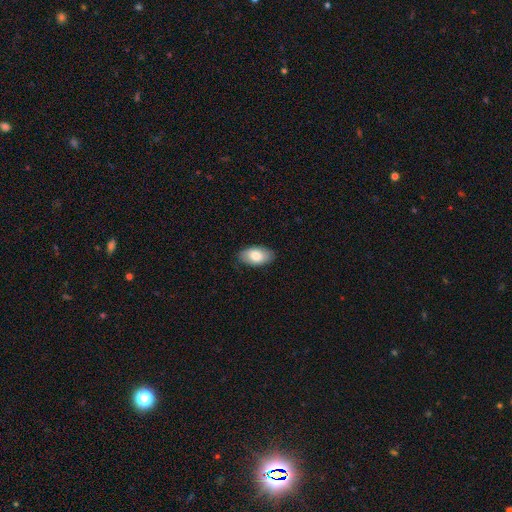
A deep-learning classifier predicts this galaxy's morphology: Smooth or featured? smooth (81%)
How rounded? in between (94%)
Merging? none (85%)